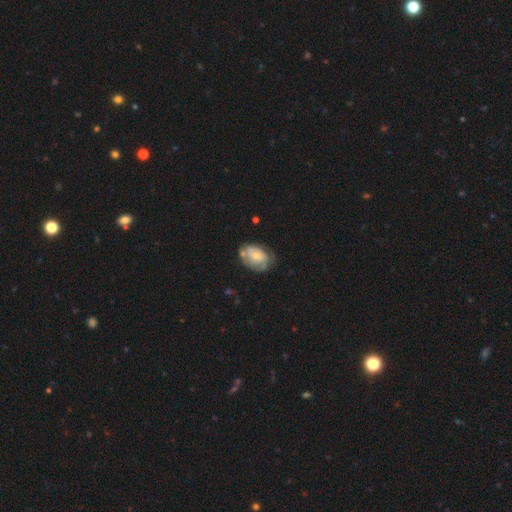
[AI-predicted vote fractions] This is possibly a featured or disk galaxy (56%). It is clearly not viewed edge-on (96%). Bar: likely no (71%). Spiral arm pattern: likely yes (69%). Central bulge: possibly small (54%). Merging: possibly none (55%).